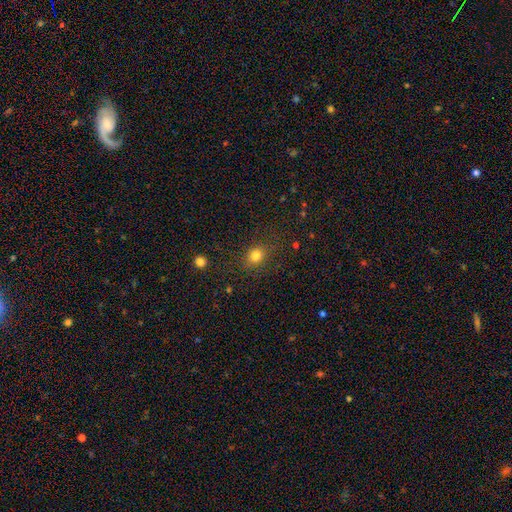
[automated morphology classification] Smooth or featured?
  - smooth: 80% *
  - star or artifact: 13%
  - featured or disk: 6%
How rounded?
  - round: 58% *
  - in between: 41%
  - cigar-shaped: 1%
Merging?
  - none: 82% *
  - minor disturbance: 12%
  - major disturbance: 5%
  - merger: 2%